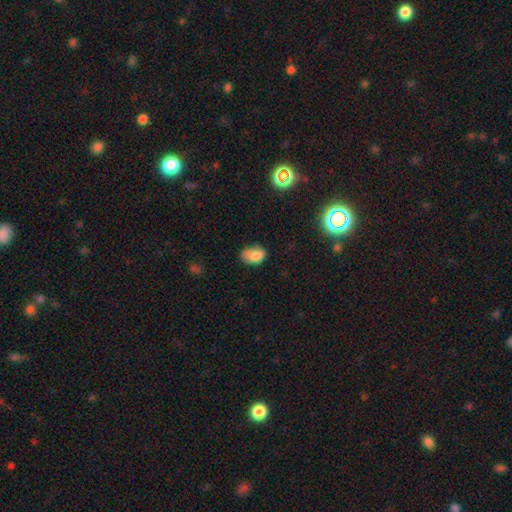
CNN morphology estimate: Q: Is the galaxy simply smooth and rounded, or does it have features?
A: smooth — 79%.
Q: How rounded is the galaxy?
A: in between — 86%.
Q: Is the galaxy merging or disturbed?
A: none — 47%.